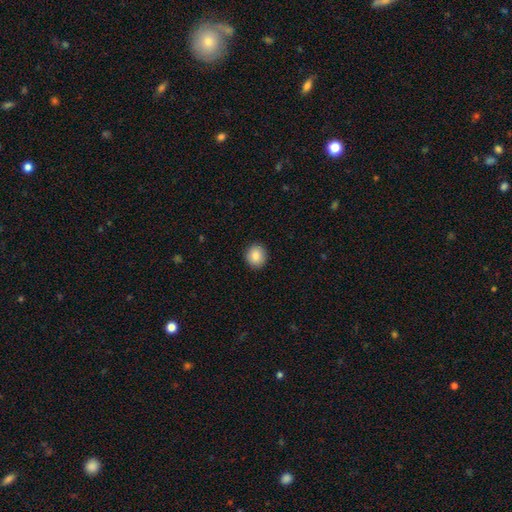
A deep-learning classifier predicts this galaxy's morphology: Q: Smooth or featured?
A: smooth (85%); runner-up: star or artifact (8%)
Q: How rounded?
A: round (84%); runner-up: in between (16%)
Q: Merging?
A: none (91%); runner-up: minor disturbance (6%)